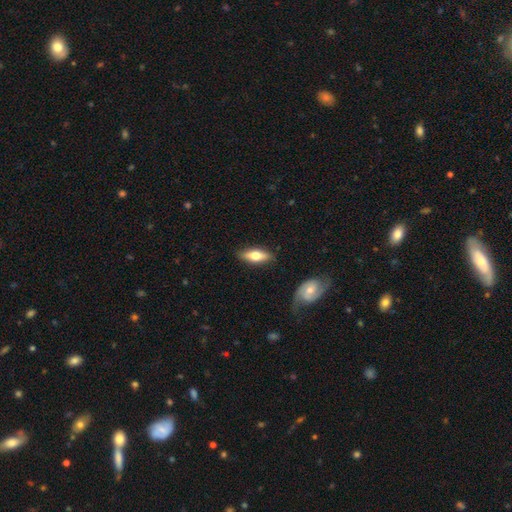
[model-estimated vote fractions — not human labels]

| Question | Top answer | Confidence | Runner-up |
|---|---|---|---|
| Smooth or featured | smooth | 57% | featured or disk (37%) |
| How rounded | in between | 64% | cigar-shaped (33%) |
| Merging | none | 85% | minor disturbance (11%) |